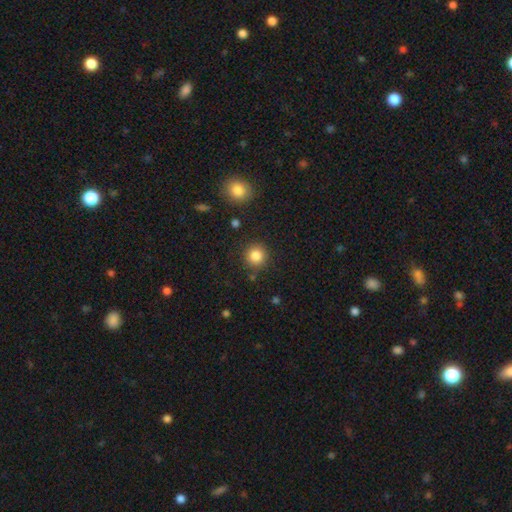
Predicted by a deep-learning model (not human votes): Smooth or featured? smooth (85%)
How rounded? round (93%)
Merging? none (86%)